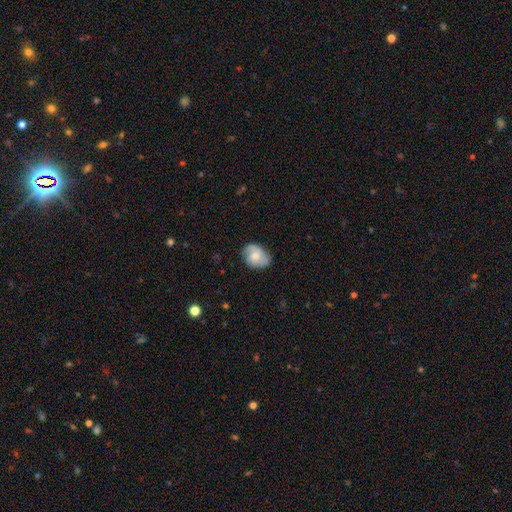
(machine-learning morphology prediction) Q: Smooth or featured?
A: smooth (54%); runner-up: featured or disk (38%)
Q: How rounded?
A: in between (62%); runner-up: round (37%)
Q: Merging?
A: none (69%); runner-up: minor disturbance (24%)